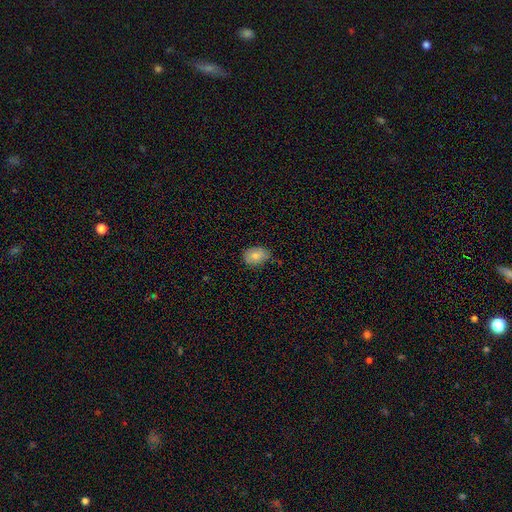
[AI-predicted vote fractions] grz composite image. It shows a smooth galaxy with no disk features (81%) that is in between round and cigar-shaped (79%). Merging: none (71%).